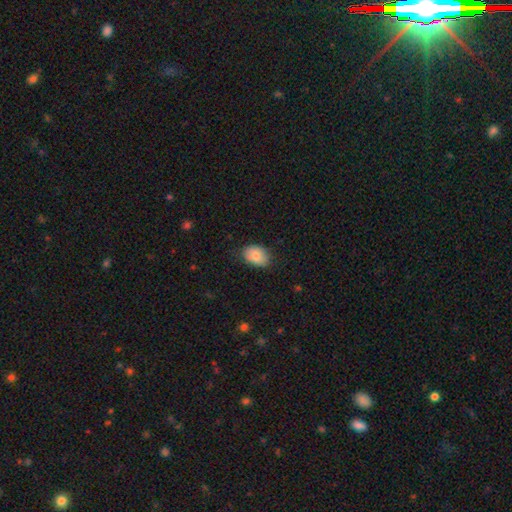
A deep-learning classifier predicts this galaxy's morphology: The model was most divided on "merging": none: 77%, minor disturbance: 19%, major disturbance: 3%, merger: 1%. More confident: how rounded — in between (83%); smooth or featured — smooth (82%).